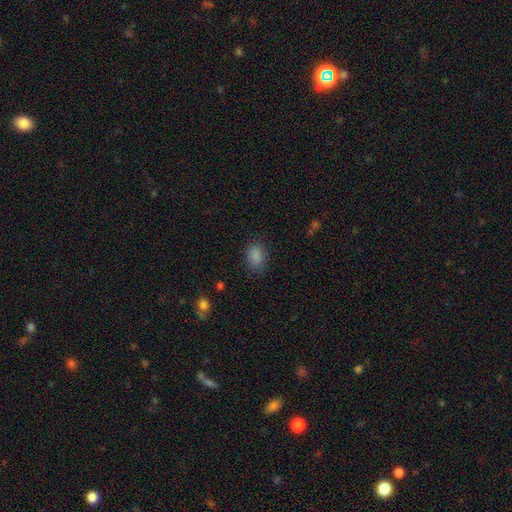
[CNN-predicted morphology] type=smooth (85%); roundness=in between (77%); merging=none (82%).